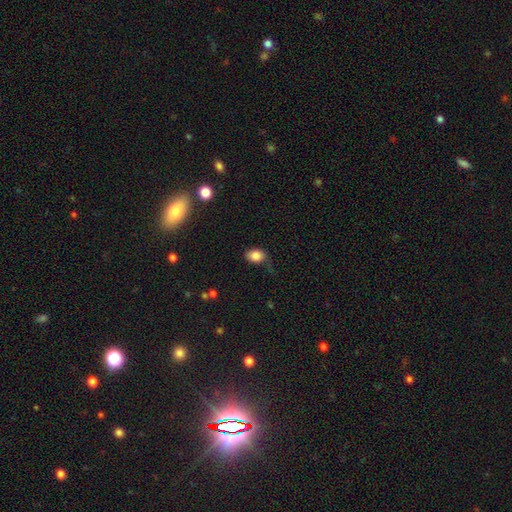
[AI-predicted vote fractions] A smooth galaxy with no disk features (82%) that is in between round and cigar-shaped (75%).

Vote fractions:
- Smooth or featured? smooth: 82% / star or artifact: 9% / featured or disk: 9%
- How rounded? in between: 75% / round: 23% / cigar-shaped: 1%
- Merging? none: 66% / minor disturbance: 24% / major disturbance: 8% / merger: 3%